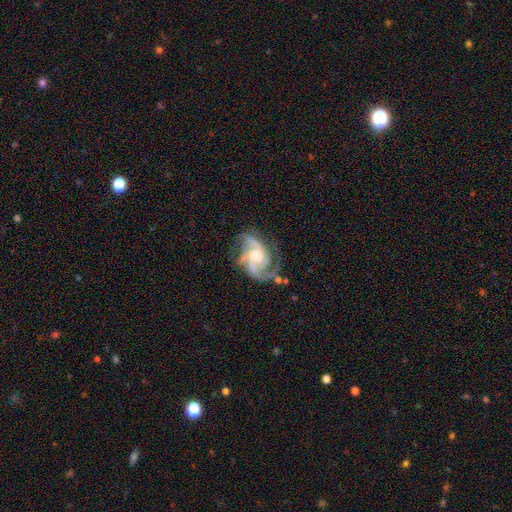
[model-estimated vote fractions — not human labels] Smooth or featured? Predicted: featured or disk (p=0.91). Edge-on disk? Predicted: no (p=0.98). Bar? Predicted: no (p=0.56). Spiral arms? Predicted: yes (p=0.98). Spiral winding? Predicted: medium (p=0.51). Spiral arm count? Predicted: 3 (p=0.50). Bulge size? Predicted: moderate (p=0.58). Merging? Predicted: none (p=0.62).